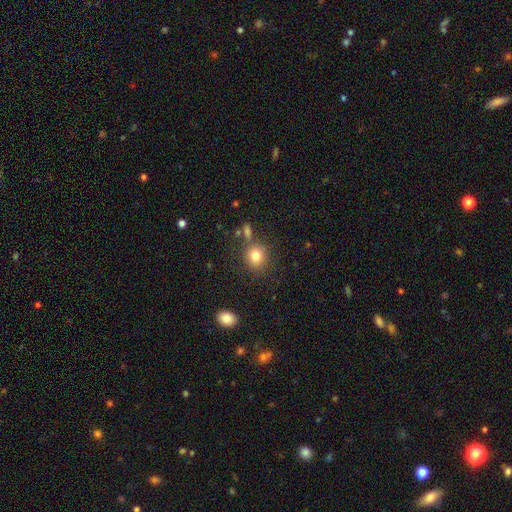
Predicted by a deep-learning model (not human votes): This appears to be a smooth galaxy with no disk features (81%) that is round (79%). Merging: none (77%).